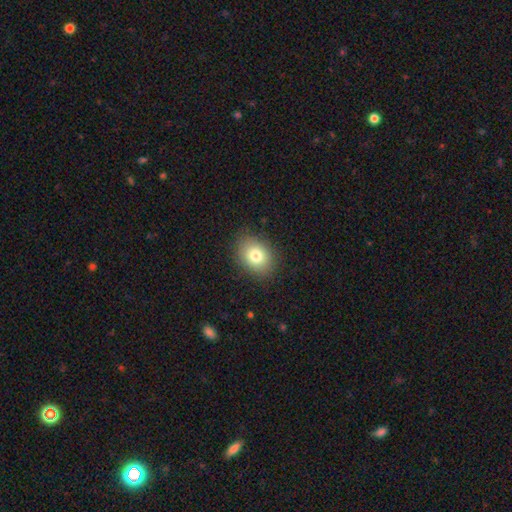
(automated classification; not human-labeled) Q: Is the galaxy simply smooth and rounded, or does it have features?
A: smooth — 79%.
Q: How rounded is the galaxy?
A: in between — 56%.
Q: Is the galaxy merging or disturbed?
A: none — 86%.